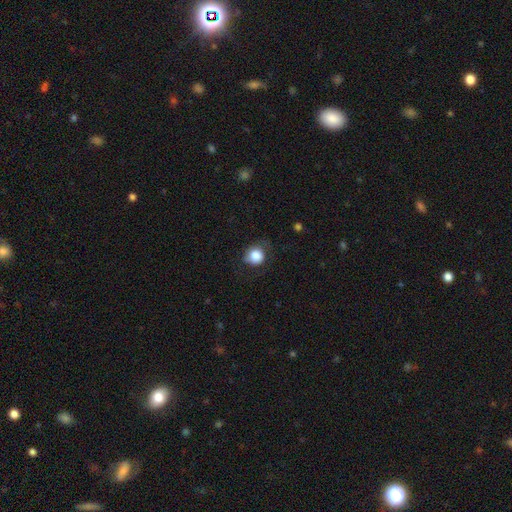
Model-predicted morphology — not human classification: A smooth galaxy with no disk features (83%) that is round (83%). Merging: none (64%).